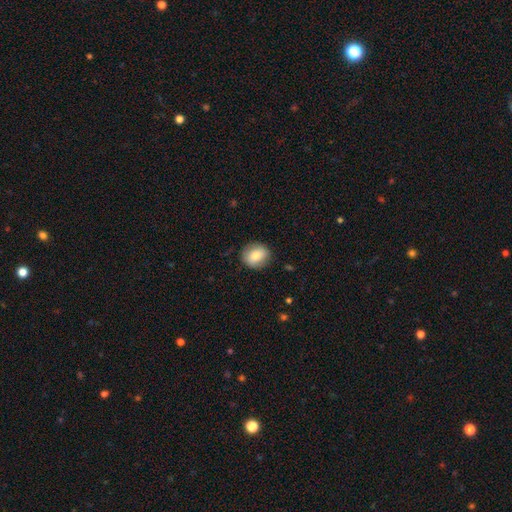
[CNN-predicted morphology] Smooth or featured? smooth (79%)
How rounded? round (73%)
Merging? none (85%)